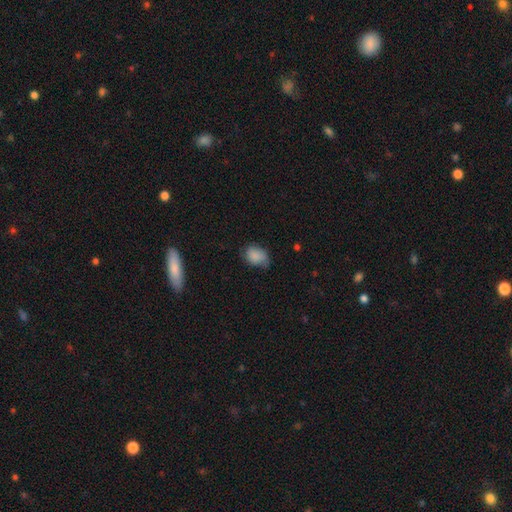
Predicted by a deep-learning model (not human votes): This is clearly a smooth galaxy (84%). How rounded: likely in between (71%). Merging: possibly none (56%).